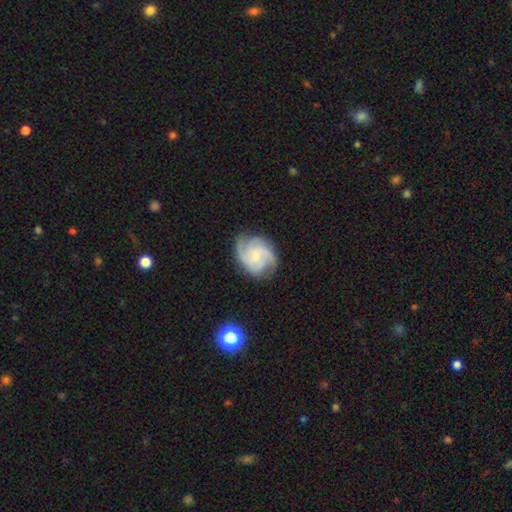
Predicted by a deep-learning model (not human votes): smooth-or-featured: featured or disk: 84% | smooth: 10% | star or artifact: 5%
  disk-edge-on: no: 98% | yes: 2%
    bar: no: 69% | weak: 27% | strong: 4%
    has-spiral-arms: yes: 98% | no: 2%
      spiral-winding: tight: 50% | medium: 42% | loose: 8%
      spiral-arm-count: 3: 52% | 2: 14% | 4: 13% | can't tell: 11% | 1: 5% | more than 4: 5%
    bulge-size: small: 66% | moderate: 26% | none: 5% | large: 2% | dominant: 1%
  merging: none: 77% | minor disturbance: 17% | major disturbance: 5% | merger: 1%